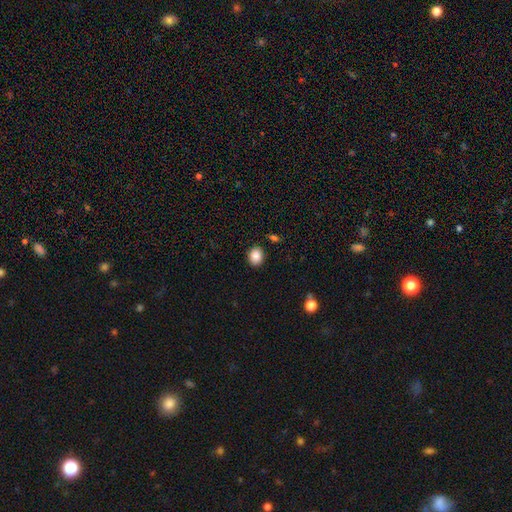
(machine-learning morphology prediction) smooth 87%, star or artifact 9%, featured or disk 4%. Down the decision tree: how rounded — round (54%); merging — none (87%).